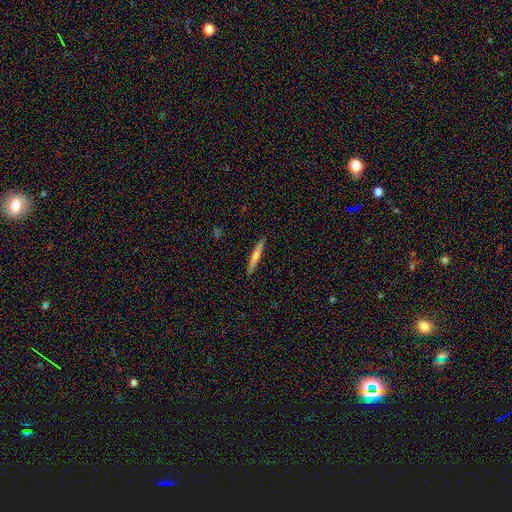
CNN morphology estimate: A featured or disk galaxy (54%) viewed edge-on (97%) with a rounded central bulge (77%).

Vote fractions:
- Smooth or featured? featured or disk: 54% / smooth: 40% / star or artifact: 6%
- Edge-on disk? yes: 97% / no: 3%
- Edge-on bulge? rounded: 77% / none: 19% / boxy: 5%
- Merging? none: 92% / minor disturbance: 6% / major disturbance: 1% / merger: 1%